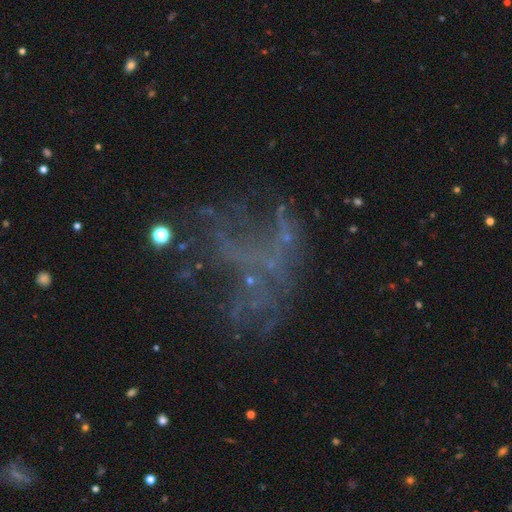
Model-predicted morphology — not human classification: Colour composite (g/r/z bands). It shows a featured or disk galaxy (49%). Merging: none (39%, tied with major disturbance).